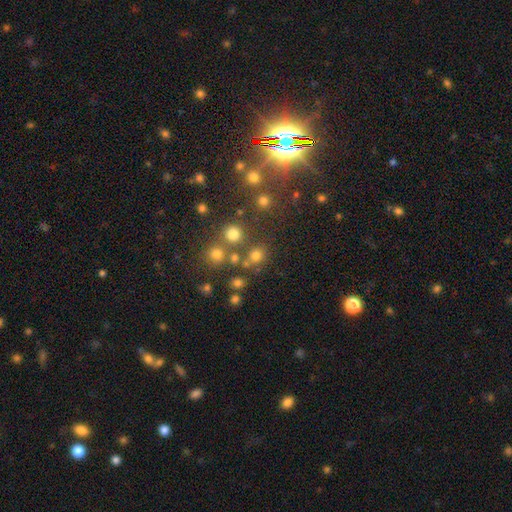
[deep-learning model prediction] Smooth or featured? Predicted: smooth (p=0.70). How rounded? Predicted: round (p=0.84). Merging? Predicted: none (p=0.72).